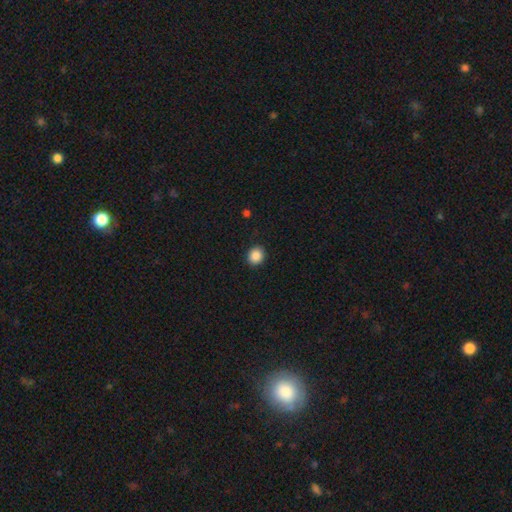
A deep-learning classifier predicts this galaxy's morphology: This appears to be a smooth galaxy with no disk features (88%) that is round (77%). Merging: none (91%).